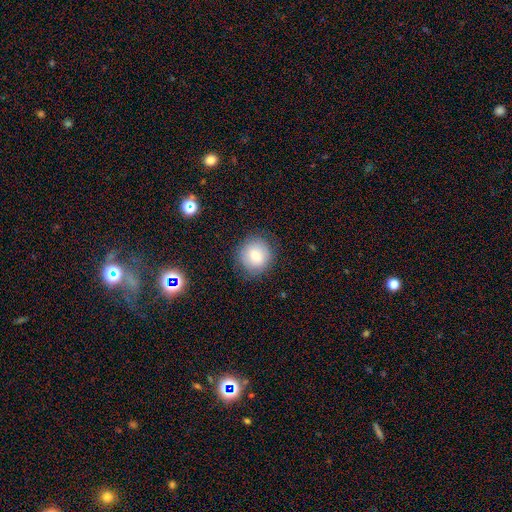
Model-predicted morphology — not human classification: smooth_or_featured: smooth (p=0.76) [alt: featured or disk p=0.15]
how_rounded: round (p=0.89) [alt: in between p=0.10]
merging: none (p=0.84) [alt: minor disturbance p=0.11]